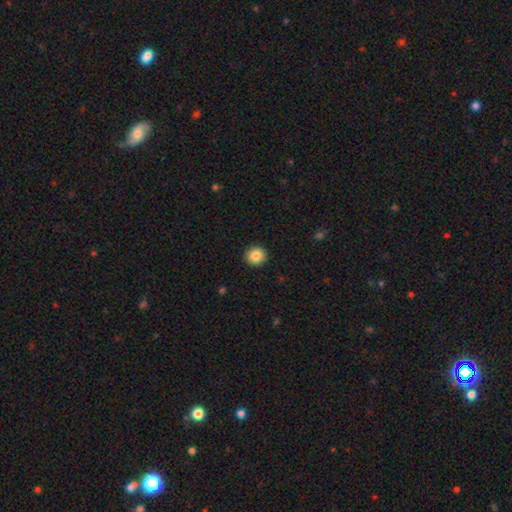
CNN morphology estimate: smooth-or-featured: smooth: 87% | star or artifact: 9% | featured or disk: 5%
  how-rounded: round: 89% | in between: 10% | cigar-shaped: 1%
  merging: none: 92% | minor disturbance: 5% | major disturbance: 2% | merger: 1%